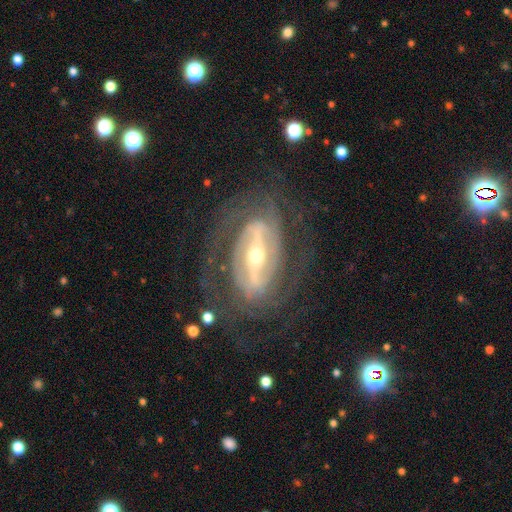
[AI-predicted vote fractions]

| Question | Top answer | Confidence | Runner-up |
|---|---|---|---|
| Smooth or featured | featured or disk | 89% | smooth (6%) |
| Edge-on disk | no | 91% | yes (9%) |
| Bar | strong | 72% | weak (19%) |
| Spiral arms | yes | 89% | no (11%) |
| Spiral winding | tight | 53% | medium (35%) |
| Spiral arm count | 2 | 56% | can't tell (20%) |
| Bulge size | small | 48% | moderate (46%) |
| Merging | none | 72% | minor disturbance (14%) |